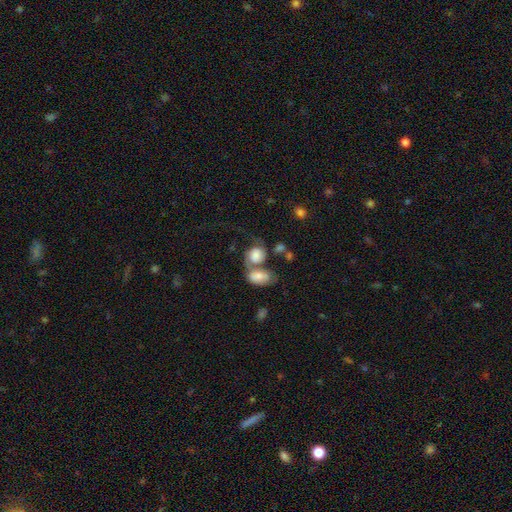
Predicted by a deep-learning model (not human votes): smooth-or-featured: smooth: 62% | featured or disk: 29% | star or artifact: 8%
  how-rounded: round: 49% (tied) | in between: 49% (tied) | cigar-shaped: 2%
  merging: merger: 57% | none: 20% | major disturbance: 13% | minor disturbance: 10%